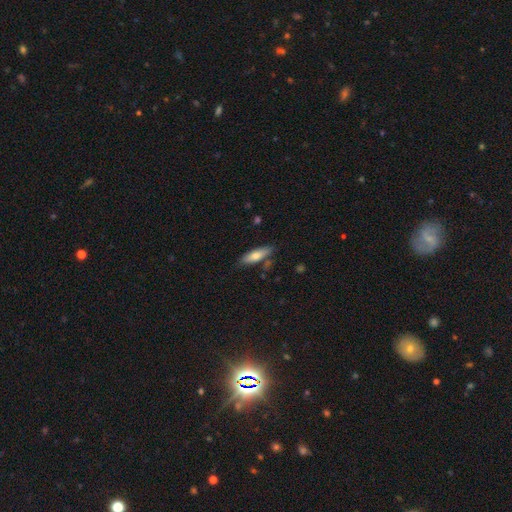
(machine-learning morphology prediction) smooth-or-featured: smooth: 70% | featured or disk: 24% | star or artifact: 6%
  how-rounded: cigar-shaped: 57% | in between: 41% | round: 2%
  merging: none: 77% | minor disturbance: 14% | merger: 6% | major disturbance: 3%